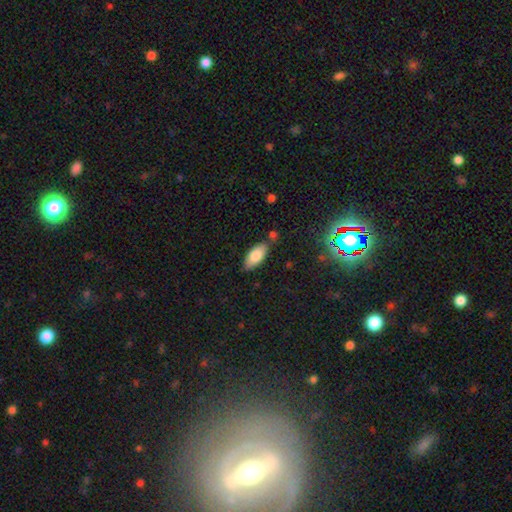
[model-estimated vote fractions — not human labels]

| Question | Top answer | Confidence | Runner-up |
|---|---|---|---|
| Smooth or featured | smooth | 81% | featured or disk (12%) |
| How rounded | in between | 87% | cigar-shaped (11%) |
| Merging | none | 78% | minor disturbance (14%) |